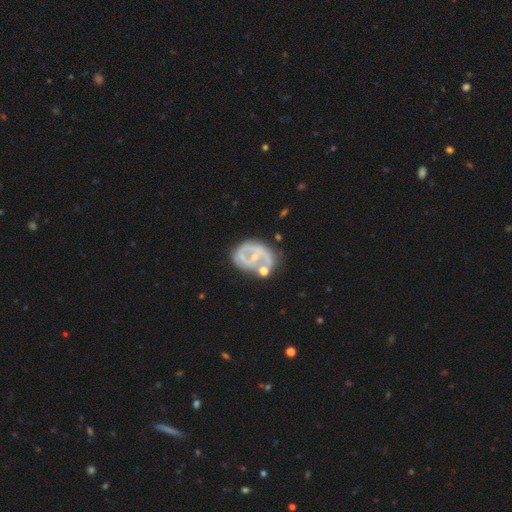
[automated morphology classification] A featured or disk galaxy (73%) with no bar (48%), spiral arms (51%) and a small central bulge (65%). Merging: none (48%).